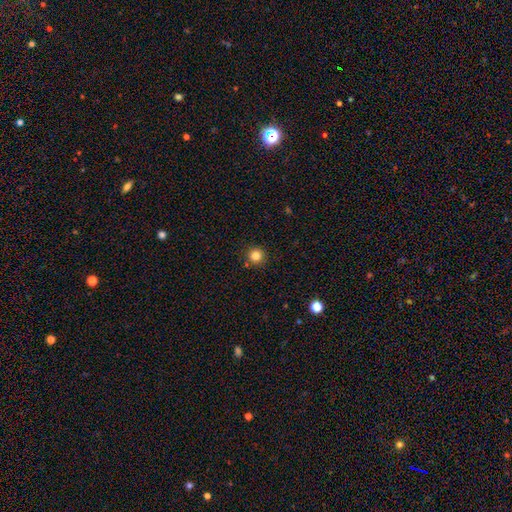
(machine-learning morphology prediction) smooth 83%, star or artifact 12%, featured or disk 4%. Down the decision tree: how rounded — round (95%); merging — none (89%).